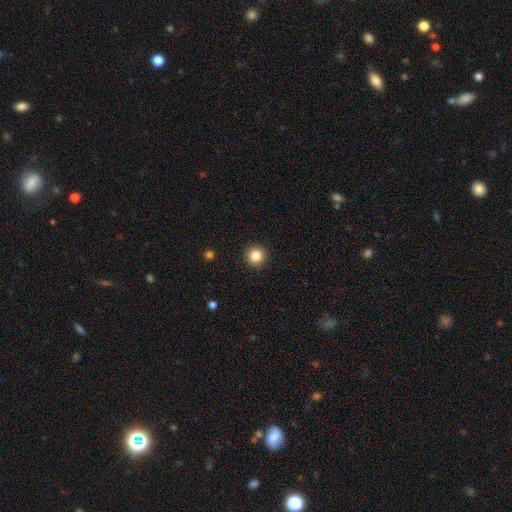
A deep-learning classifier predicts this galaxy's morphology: Smooth or featured: smooth — 86% (star or artifact — 10%)
How rounded: round — 95% (in between — 4%)
Merging: none — 92% (minor disturbance — 5%)